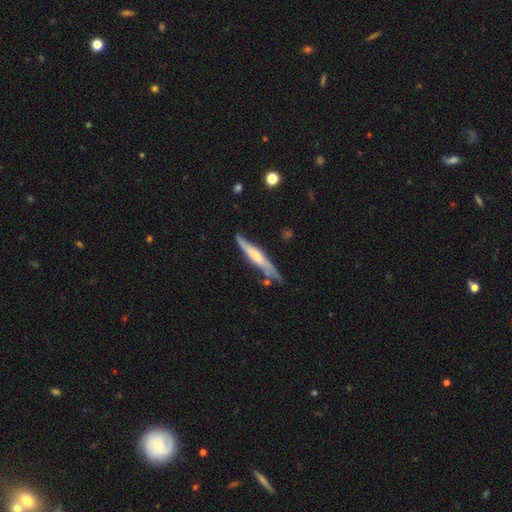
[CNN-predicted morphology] A featured or disk galaxy (49%). Merging: none (67%).